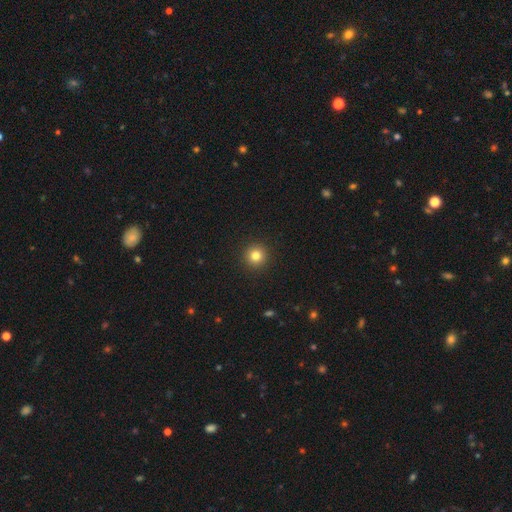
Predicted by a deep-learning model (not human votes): Smooth or featured? Predicted: smooth (p=0.81). How rounded? Predicted: round (p=0.96). Merging? Predicted: none (p=0.93).